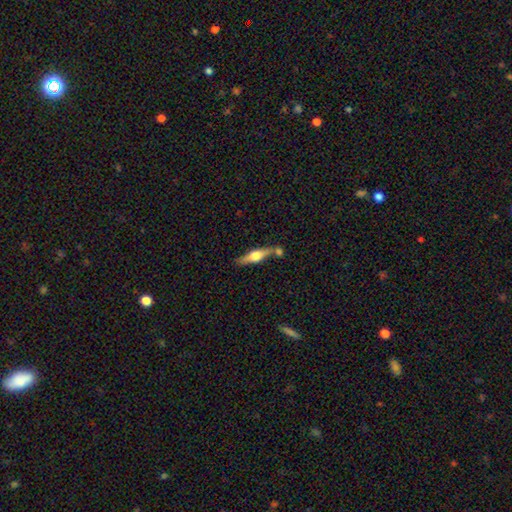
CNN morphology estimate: Smooth or featured? featured or disk (60%)
Edge-on disk? yes (93%)
Edge-on bulge? rounded (91%)
Merging? none (64%)